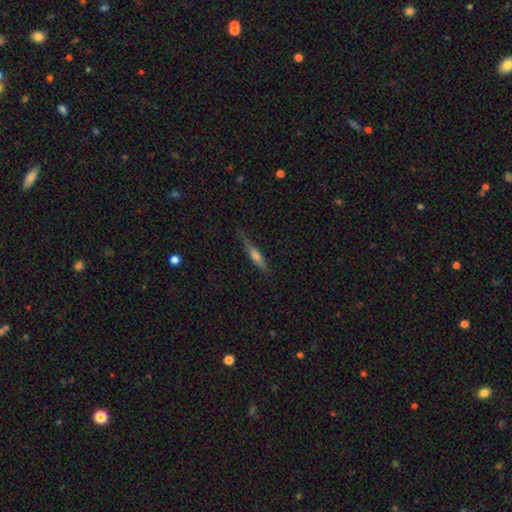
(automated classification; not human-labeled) Overall: featured or disk (51%; smooth 40%). Edge-on disk: yes (94%). Merging: none (74%).